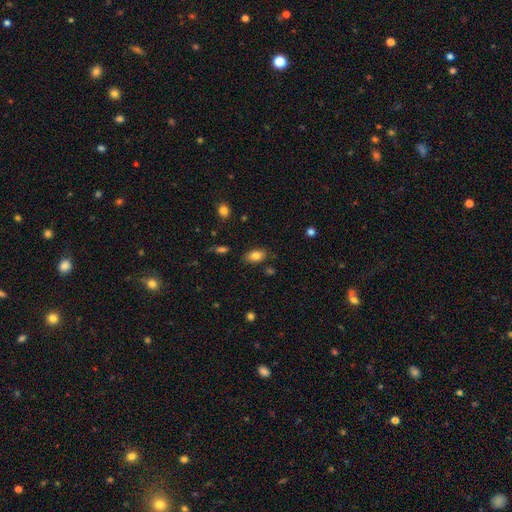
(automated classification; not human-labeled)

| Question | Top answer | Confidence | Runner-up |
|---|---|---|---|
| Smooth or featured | smooth | 82% | featured or disk (9%) |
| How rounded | in between | 89% | round (9%) |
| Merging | none | 82% | minor disturbance (12%) |